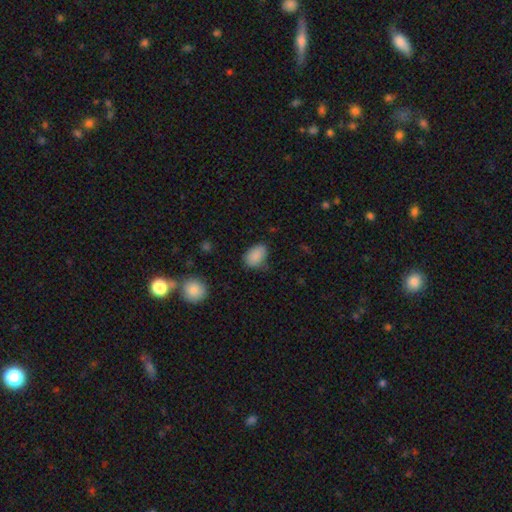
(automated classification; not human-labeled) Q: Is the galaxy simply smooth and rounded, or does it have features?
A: smooth — 88%.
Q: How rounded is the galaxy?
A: in between — 86%.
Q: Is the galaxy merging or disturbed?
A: none — 71%.